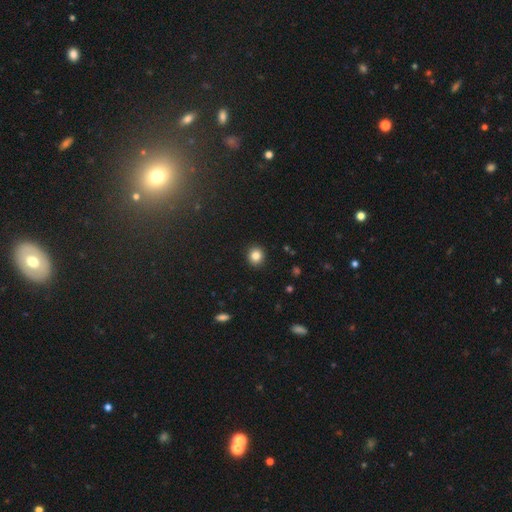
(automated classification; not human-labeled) A smooth galaxy with no disk features (84%) that is round (88%).

Vote fractions:
- Smooth or featured? smooth: 84% / star or artifact: 11% / featured or disk: 5%
- How rounded? round: 88% / in between: 11% / cigar-shaped: 1%
- Merging? none: 92% / minor disturbance: 5% / major disturbance: 2% / merger: 1%